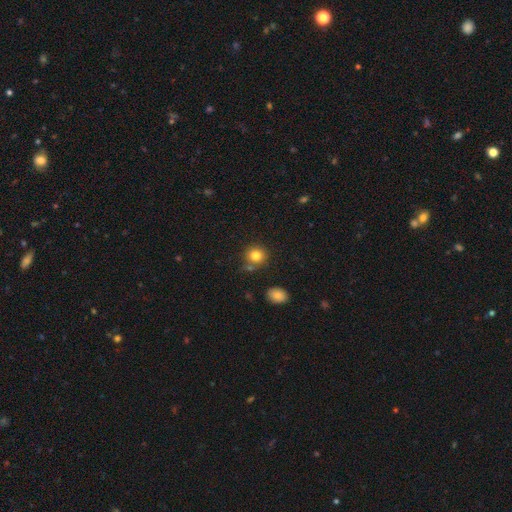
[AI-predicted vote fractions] smooth-or-featured: smooth: 82% | star or artifact: 11% | featured or disk: 7%
  how-rounded: round: 85% | in between: 15% | cigar-shaped: 1%
  merging: none: 76% | minor disturbance: 11% | merger: 10% | major disturbance: 3%